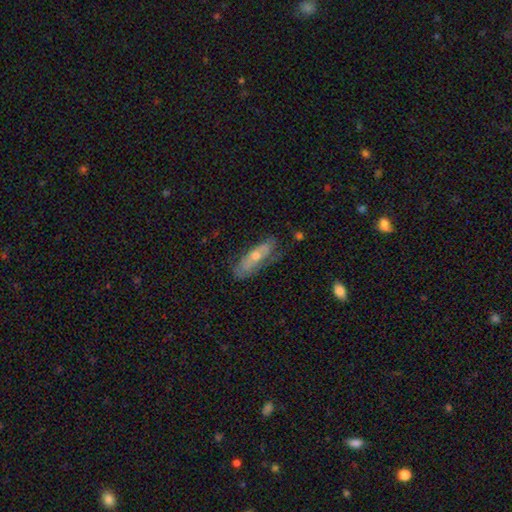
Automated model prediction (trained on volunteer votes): Smooth or featured? Predicted: featured or disk (p=0.52). Edge-on disk? Predicted: no (p=0.70). Merging? Predicted: none (p=0.60).